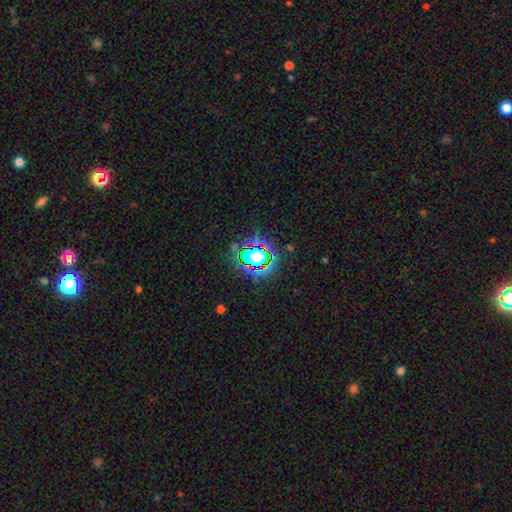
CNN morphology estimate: A star or artifact, not a galaxy (58%).